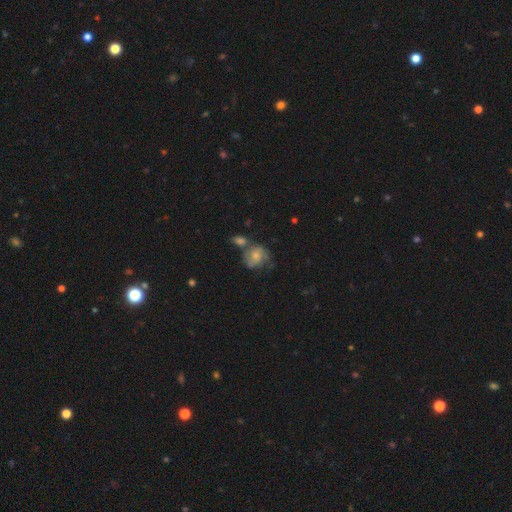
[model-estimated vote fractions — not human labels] A smooth galaxy with no disk features (52%) that is round (65%).

Vote fractions:
- Smooth or featured? smooth: 52% / featured or disk: 39% / star or artifact: 9%
- How rounded? round: 65% / in between: 34% / cigar-shaped: 1%
- Merging? none: 35% / merger: 28% / minor disturbance: 22% / major disturbance: 15%